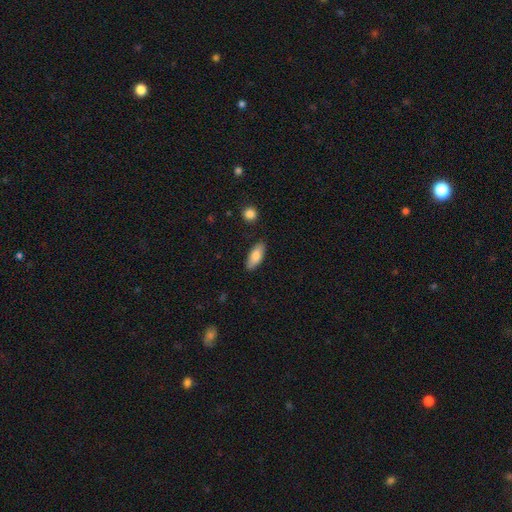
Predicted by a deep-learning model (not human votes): Smooth or featured? Predicted: smooth (p=0.80). How rounded? Predicted: in between (p=0.79). Merging? Predicted: none (p=0.86).